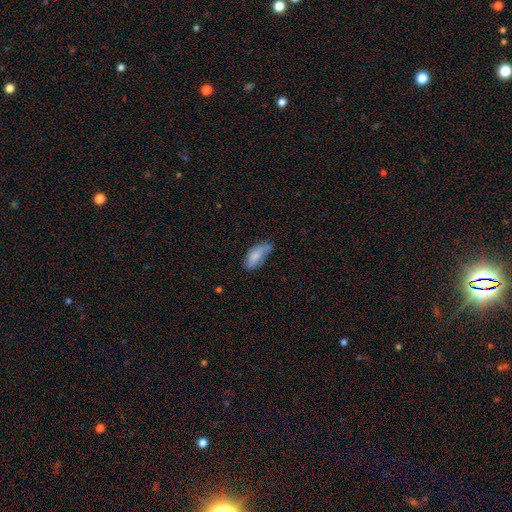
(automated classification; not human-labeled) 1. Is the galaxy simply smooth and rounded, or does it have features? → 79% smooth, 14% featured or disk, 7% star or artifact.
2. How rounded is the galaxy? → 87% in between, 11% cigar-shaped, 2% round.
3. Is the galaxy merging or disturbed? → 49% none, 37% minor disturbance, 10% major disturbance, 4% merger.